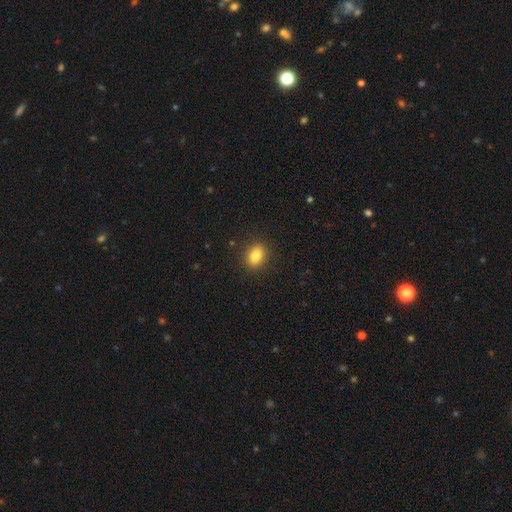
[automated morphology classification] This appears to be a smooth galaxy with no disk features (84%) that is in between round and cigar-shaped (69%). Merging: none (89%).